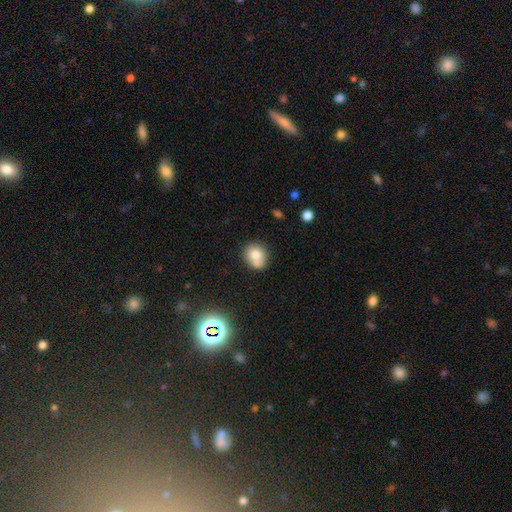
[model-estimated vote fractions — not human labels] The model was most divided on "how rounded": round: 67%, in between: 32%, cigar-shaped: 1%. More confident: smooth or featured — smooth (76%); merging — none (58%).